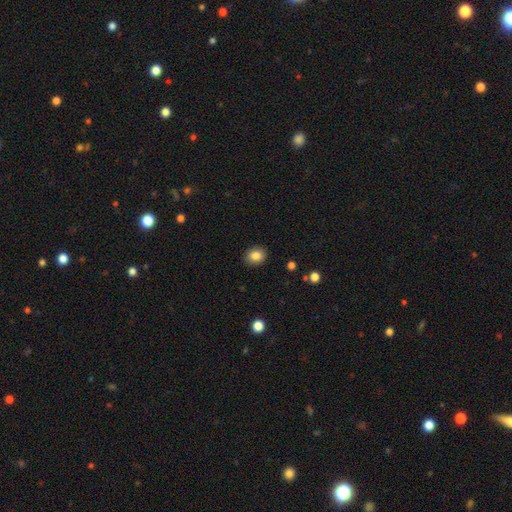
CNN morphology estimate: Smooth or featured: smooth — 84% (star or artifact — 10%)
How rounded: round — 61% (in between — 38%)
Merging: none — 89% (minor disturbance — 8%)